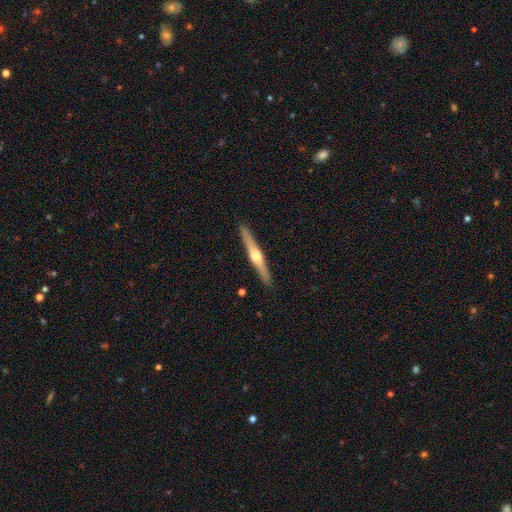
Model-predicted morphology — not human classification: Smooth or featured? Predicted: featured or disk (p=0.72). Edge-on disk? Predicted: yes (p=0.98). Edge-on bulge? Predicted: rounded (p=0.94). Merging? Predicted: none (p=0.91).